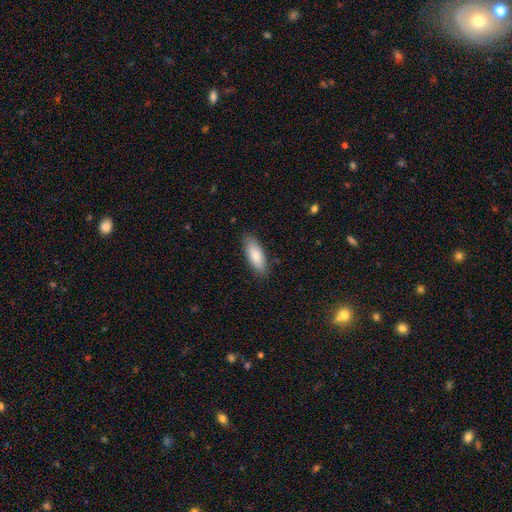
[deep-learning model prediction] smooth 83%, featured or disk 12%, star or artifact 6%. Down the decision tree: how rounded — in between (71%); merging — none (85%).